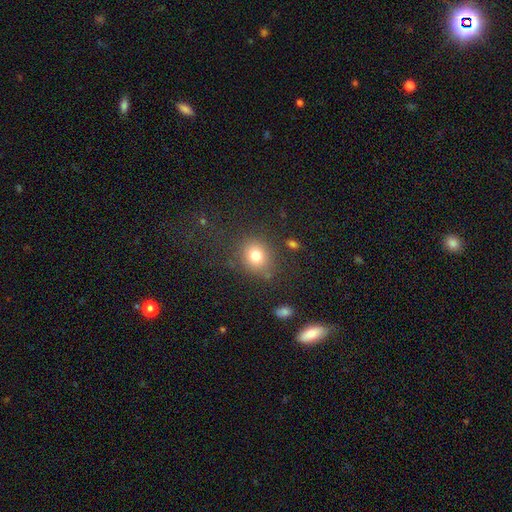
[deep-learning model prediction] This appears to be a smooth galaxy with no disk features (79%) that is round (69%). Merging: none (77%).